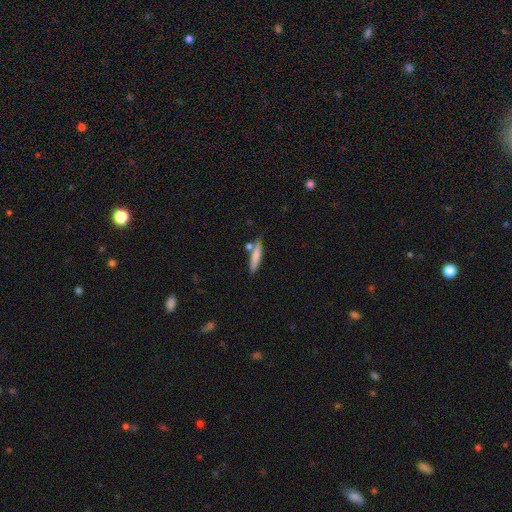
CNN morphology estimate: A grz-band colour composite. It shows a smooth galaxy with no disk features (73%) that is cigar-shaped (84%). Merging: none (63%).